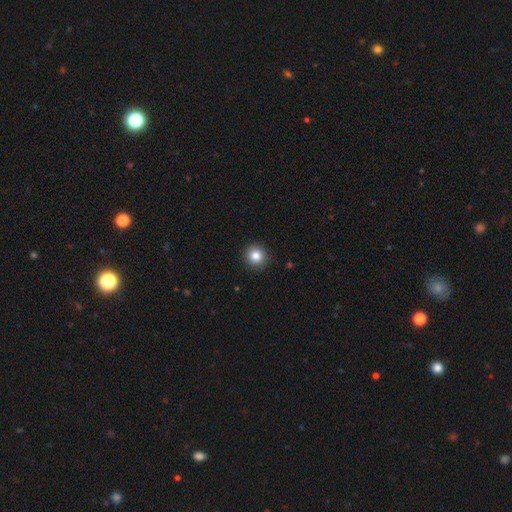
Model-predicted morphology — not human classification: smooth_or_featured: smooth (p=0.84) [alt: star or artifact p=0.11]
how_rounded: round (p=0.94) [alt: in between p=0.05]
merging: none (p=0.92) [alt: minor disturbance p=0.05]